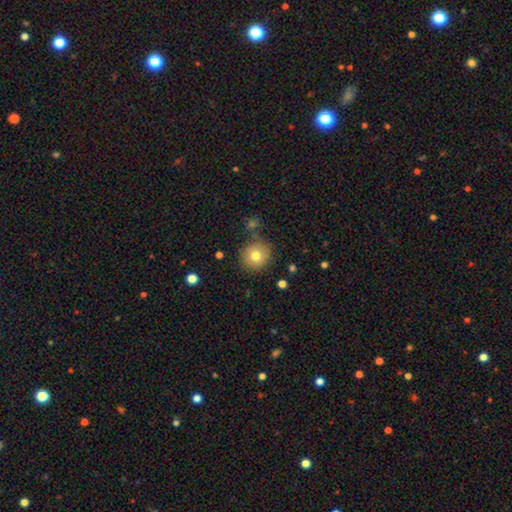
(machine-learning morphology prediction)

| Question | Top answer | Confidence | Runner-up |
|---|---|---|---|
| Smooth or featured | smooth | 77% | featured or disk (12%) |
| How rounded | round | 92% | in between (7%) |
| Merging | none | 84% | minor disturbance (9%) |